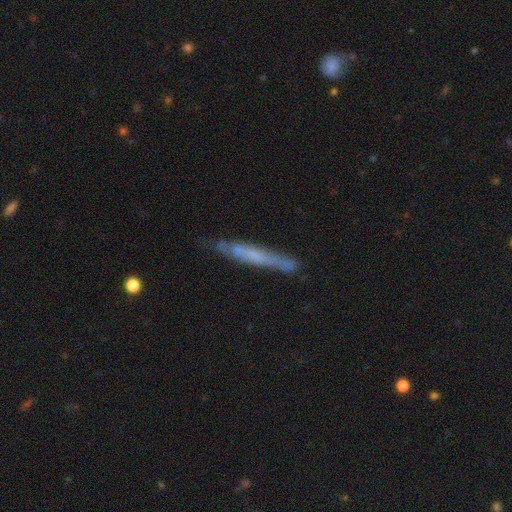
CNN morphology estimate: Q: Smooth or featured?
A: featured or disk (49%); runner-up: smooth (43%)
Q: Merging?
A: none (72%); runner-up: minor disturbance (20%)